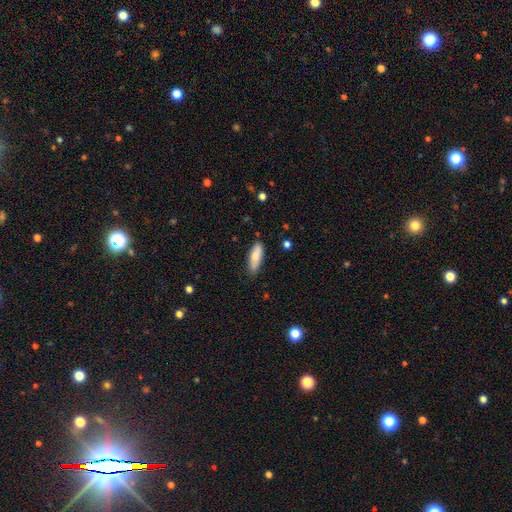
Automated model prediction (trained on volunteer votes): Smooth or featured?
  - smooth: 79% *
  - featured or disk: 15%
  - star or artifact: 6%
How rounded?
  - in between: 58% *
  - cigar-shaped: 40%
  - round: 2%
Merging?
  - none: 80% *
  - minor disturbance: 16%
  - major disturbance: 3%
  - merger: 2%